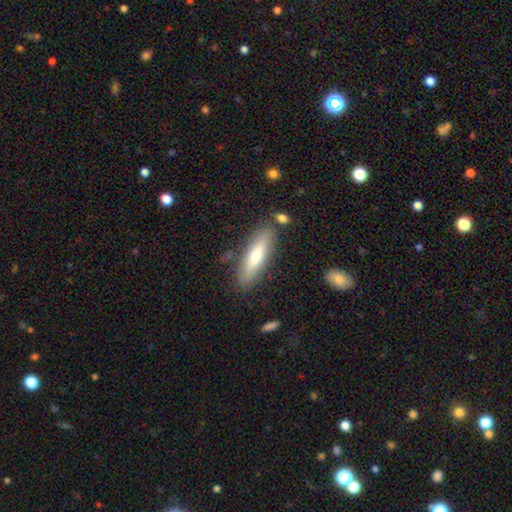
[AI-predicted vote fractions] Q: Smooth or featured?
A: smooth (66%); runner-up: featured or disk (28%)
Q: How rounded?
A: cigar-shaped (70%); runner-up: in between (28%)
Q: Merging?
A: none (83%); runner-up: minor disturbance (11%)